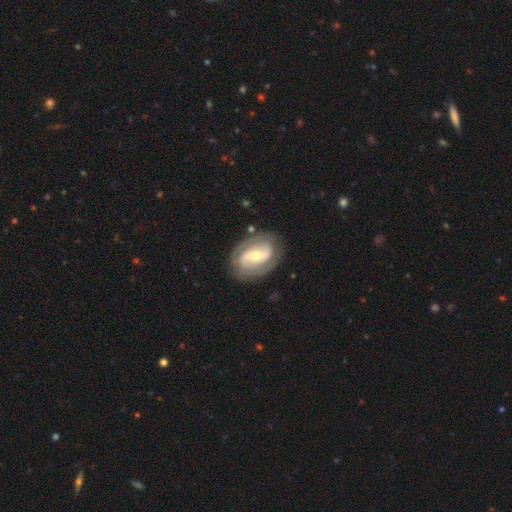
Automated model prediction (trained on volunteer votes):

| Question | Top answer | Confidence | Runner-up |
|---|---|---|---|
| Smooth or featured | featured or disk | 80% | smooth (15%) |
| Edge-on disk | no | 96% | yes (4%) |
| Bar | strong | 42% | weak (37%) |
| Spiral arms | yes | 86% | no (14%) |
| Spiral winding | tight | 50% | medium (37%) |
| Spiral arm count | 2 | 76% | can't tell (14%) |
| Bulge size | moderate | 55% | small (39%) |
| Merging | none | 78% | minor disturbance (14%) |